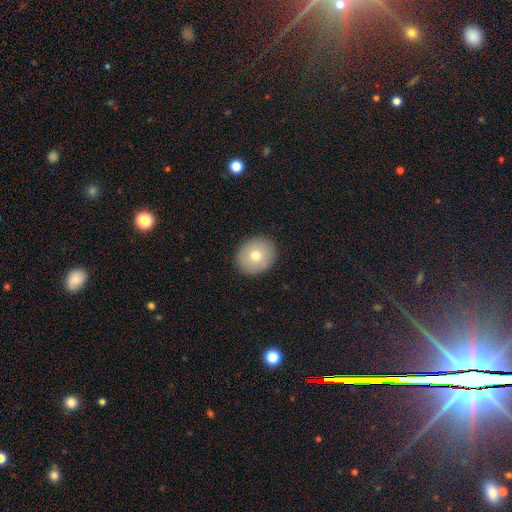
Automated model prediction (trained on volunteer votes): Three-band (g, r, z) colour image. It shows a smooth galaxy with no disk features (73%) that is round (75%). Merging: none (91%).